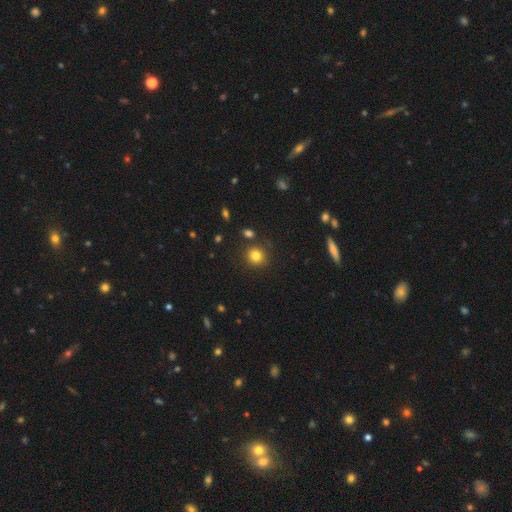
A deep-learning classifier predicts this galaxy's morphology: Smooth or featured? Predicted: smooth (p=0.81). How rounded? Predicted: round (p=0.85). Merging? Predicted: none (p=0.82).